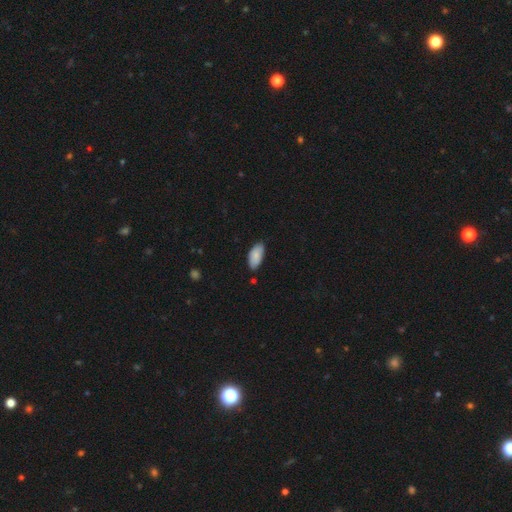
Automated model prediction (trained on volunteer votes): A smooth galaxy with no disk features (83%) that is in between round and cigar-shaped (93%).

Vote fractions:
- Smooth or featured? smooth: 83% / featured or disk: 11% / star or artifact: 6%
- How rounded? in between: 93% / cigar-shaped: 5% / round: 2%
- Merging? none: 72% / minor disturbance: 24% / major disturbance: 3% / merger: 2%